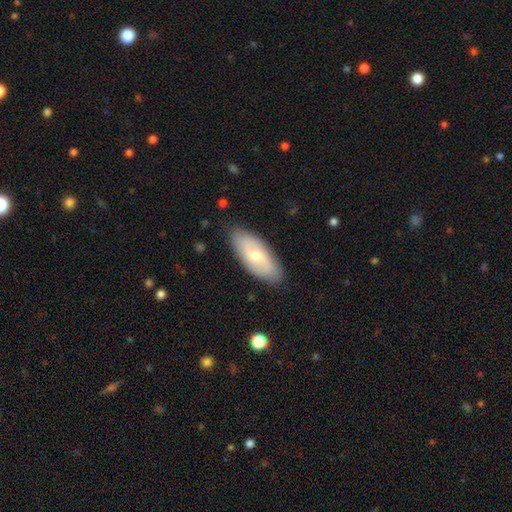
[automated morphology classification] The model was most divided on "smooth or featured": smooth: 56%, featured or disk: 38%, star or artifact: 6%. More confident: merging — none (85%); how rounded — in between (84%).